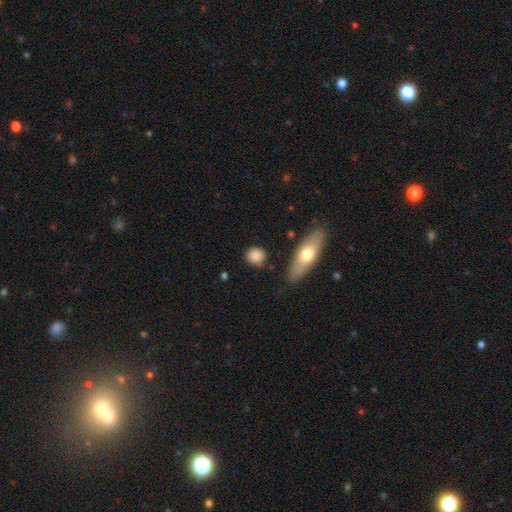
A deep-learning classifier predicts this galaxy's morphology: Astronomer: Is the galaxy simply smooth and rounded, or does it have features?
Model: smooth — 84%.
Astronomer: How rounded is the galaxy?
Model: round — 73%.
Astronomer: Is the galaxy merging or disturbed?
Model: none — 80%.